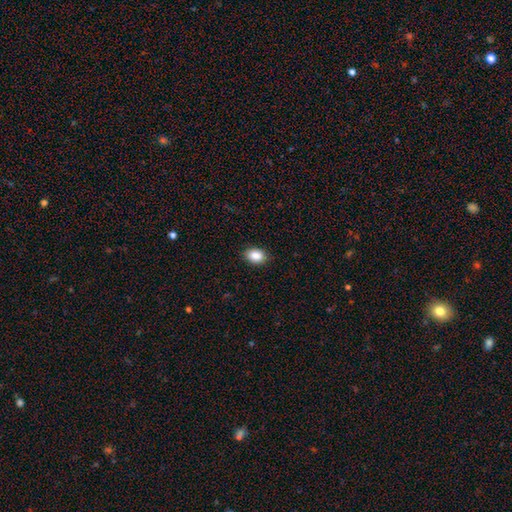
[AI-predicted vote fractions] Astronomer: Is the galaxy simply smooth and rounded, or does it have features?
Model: smooth — 88%.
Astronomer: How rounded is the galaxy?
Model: in between — 81%.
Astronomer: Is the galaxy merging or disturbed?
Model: none — 89%.